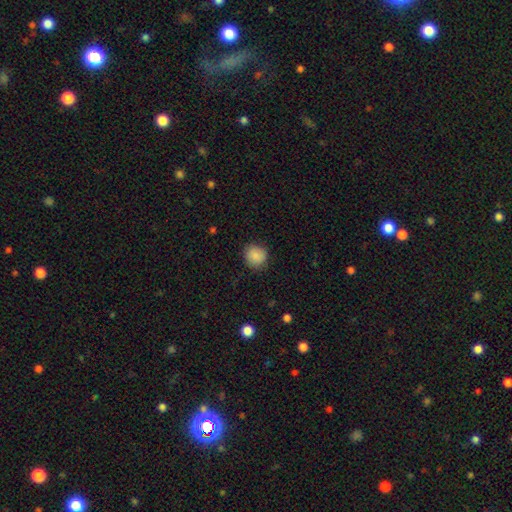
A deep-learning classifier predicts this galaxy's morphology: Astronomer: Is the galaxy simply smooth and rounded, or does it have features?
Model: smooth — 87%.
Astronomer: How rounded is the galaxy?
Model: round — 87%.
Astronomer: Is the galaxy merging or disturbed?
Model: none — 87%.